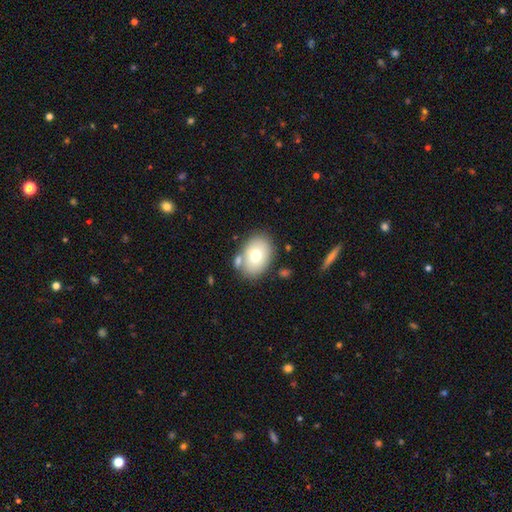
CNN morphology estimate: Smooth or featured: smooth — 70% (featured or disk — 22%)
How rounded: in between — 74% (round — 25%)
Merging: none — 71% (minor disturbance — 14%)